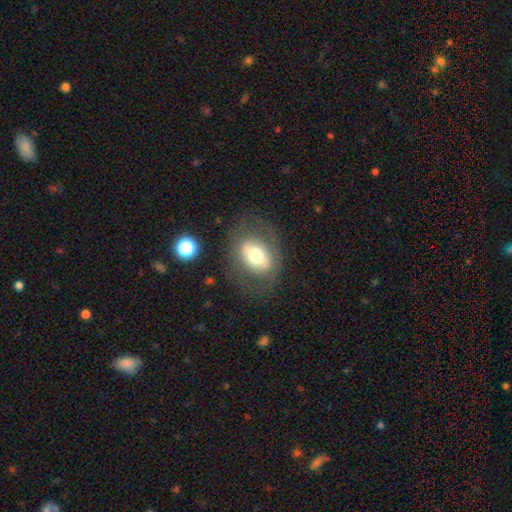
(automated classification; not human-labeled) This is possibly a smooth galaxy (52%). How rounded: likely in between (68%). Merging: likely none (72%).